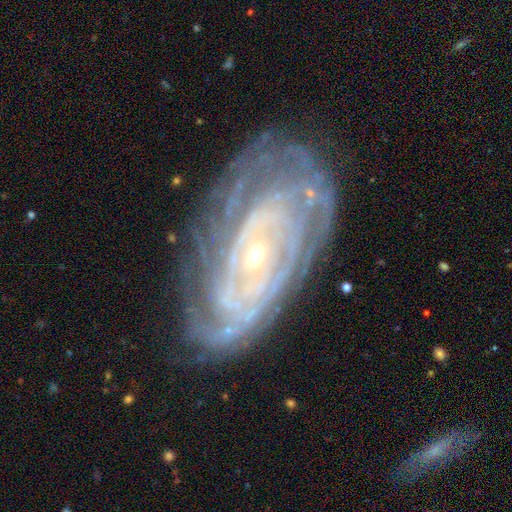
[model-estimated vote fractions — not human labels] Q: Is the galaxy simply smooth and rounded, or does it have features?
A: featured or disk — 88%.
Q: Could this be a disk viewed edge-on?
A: no — 93%.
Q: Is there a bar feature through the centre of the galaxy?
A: no — 68%.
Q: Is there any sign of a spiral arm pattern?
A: yes — 95%.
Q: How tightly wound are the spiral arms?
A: tight — 79%.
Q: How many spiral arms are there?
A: can't tell — 33%.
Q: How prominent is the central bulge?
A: small — 73%.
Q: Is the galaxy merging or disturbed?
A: none — 73%.